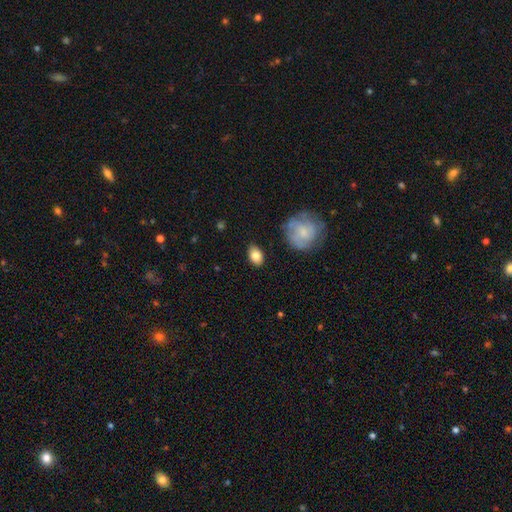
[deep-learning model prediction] A smooth galaxy with no disk features (81%) that is in between round and cigar-shaped (82%). Merging: none (83%).